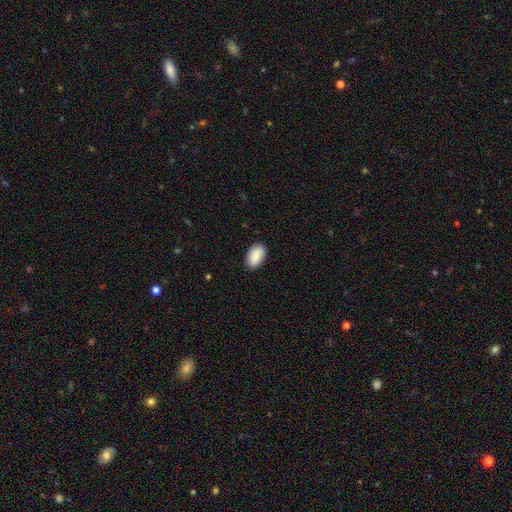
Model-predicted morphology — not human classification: This appears to be a smooth galaxy with no disk features (89%) that is in between round and cigar-shaped (94%). Merging: none (88%).